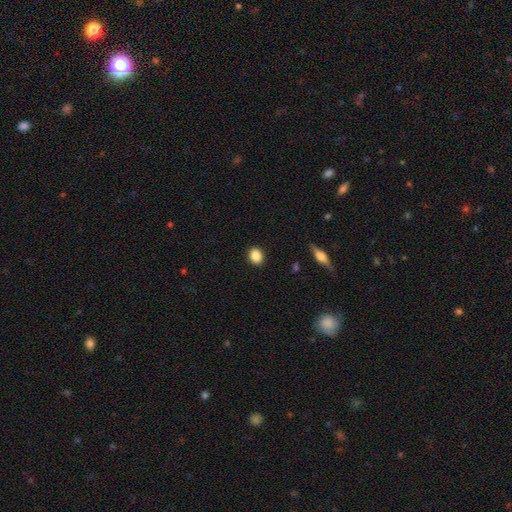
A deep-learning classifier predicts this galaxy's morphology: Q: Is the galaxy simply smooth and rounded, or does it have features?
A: smooth — 86%.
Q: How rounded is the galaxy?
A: round — 59%.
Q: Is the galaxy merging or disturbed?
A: none — 91%.